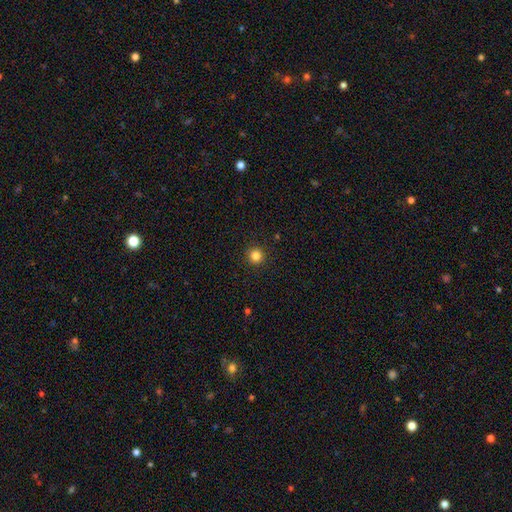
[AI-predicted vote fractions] Smooth or featured? Predicted: smooth (p=0.84). How rounded? Predicted: round (p=0.95). Merging? Predicted: none (p=0.93).